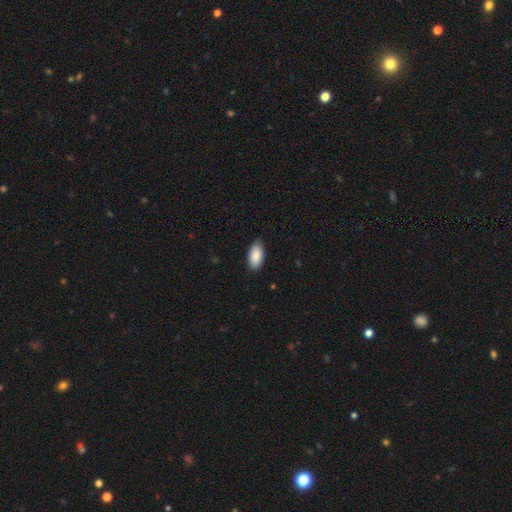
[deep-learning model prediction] smooth 89%, star or artifact 6%, featured or disk 5%. Down the decision tree: how rounded — in between (93%); merging — none (86%).